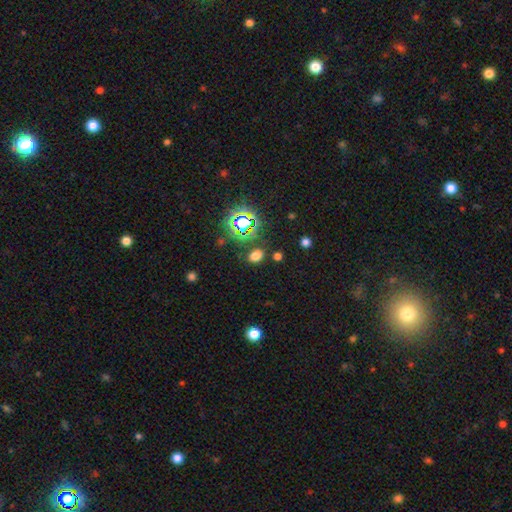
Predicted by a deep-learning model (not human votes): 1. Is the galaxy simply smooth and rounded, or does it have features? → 67% smooth, 27% star or artifact, 6% featured or disk.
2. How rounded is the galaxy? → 73% in between, 26% round, 2% cigar-shaped.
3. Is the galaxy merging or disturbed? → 81% none, 10% minor disturbance, 4% merger, 4% major disturbance.